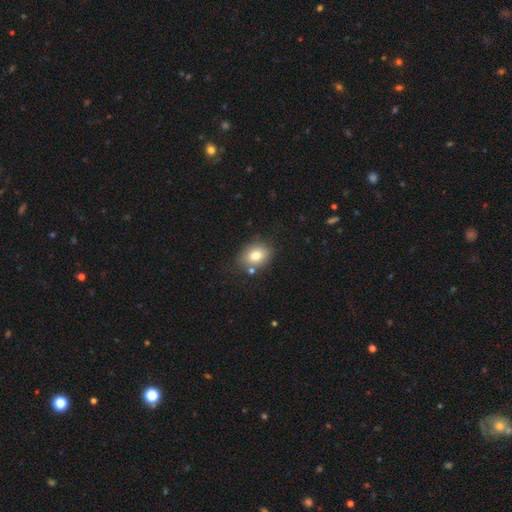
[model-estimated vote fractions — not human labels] smooth 79%, featured or disk 12%, star or artifact 10%. Down the decision tree: how rounded — in between (60%); merging — none (76%).